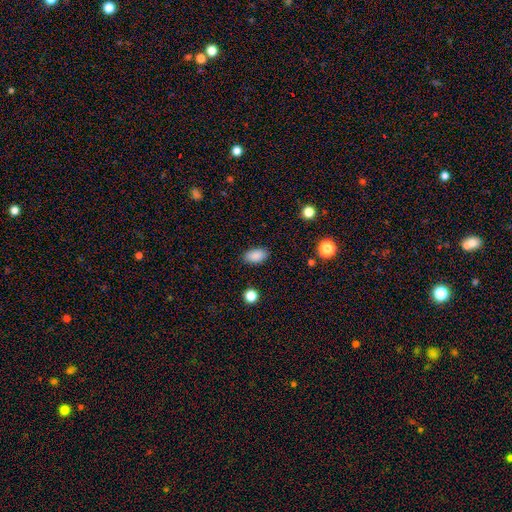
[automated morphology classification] type=smooth (88%); roundness=in between (92%); merging=none (87%).